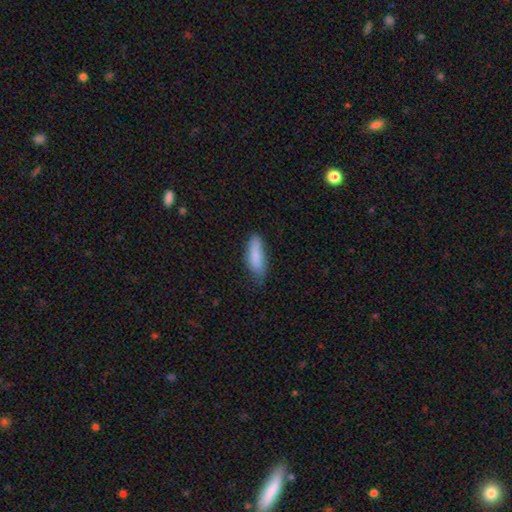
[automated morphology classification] The model was most divided on "how rounded": in between: 53%, cigar-shaped: 45%, round: 2%. More confident: smooth or featured — smooth (85%); merging — none (63%).